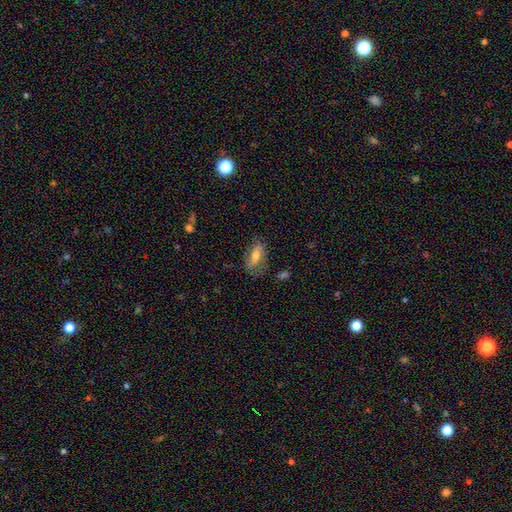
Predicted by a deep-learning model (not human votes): Morphology: type=smooth (54%); roundness=in between (80%); merging=none (65%).